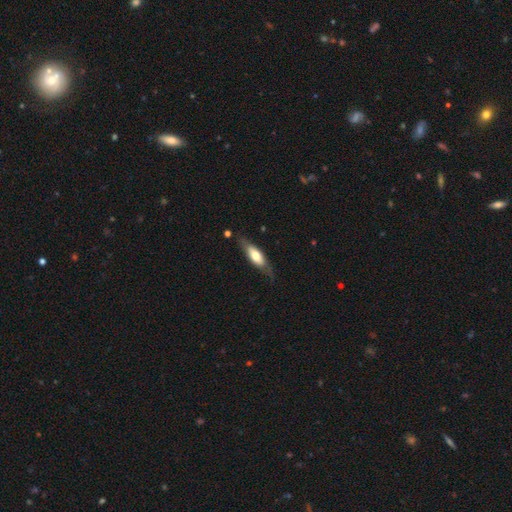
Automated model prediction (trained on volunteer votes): smooth 52%, featured or disk 42%, star or artifact 6%. Down the decision tree: how rounded — in between (54%); merging — none (71%).